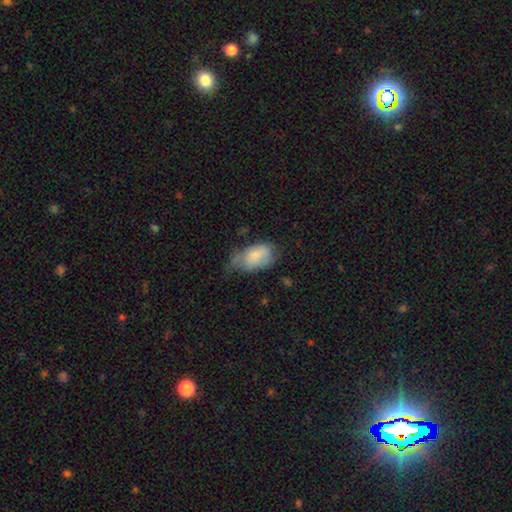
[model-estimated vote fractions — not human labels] A smooth galaxy with no disk features (74%) that is in between round and cigar-shaped (90%).

Vote fractions:
- Smooth or featured? smooth: 74% / featured or disk: 19% / star or artifact: 7%
- How rounded? in between: 90% / round: 8% / cigar-shaped: 2%
- Merging? minor disturbance: 42% / none: 28% / major disturbance: 26% / merger: 4%